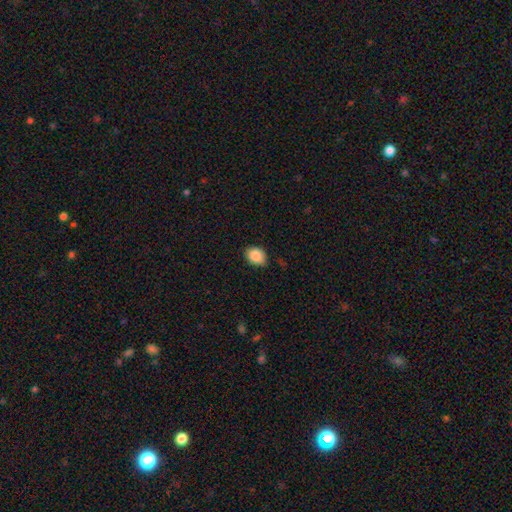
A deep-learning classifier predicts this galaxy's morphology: type=smooth (88%); roundness=in between (68%); merging=none (80%).